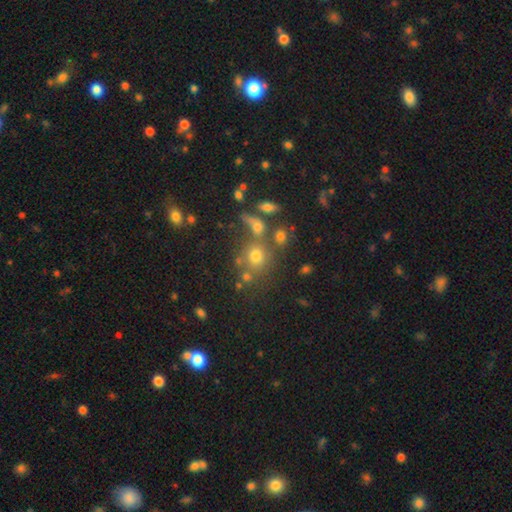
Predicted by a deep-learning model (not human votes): Overall: smooth (62%; star or artifact 24%). How rounded: round (84%). Merging: none (62%).